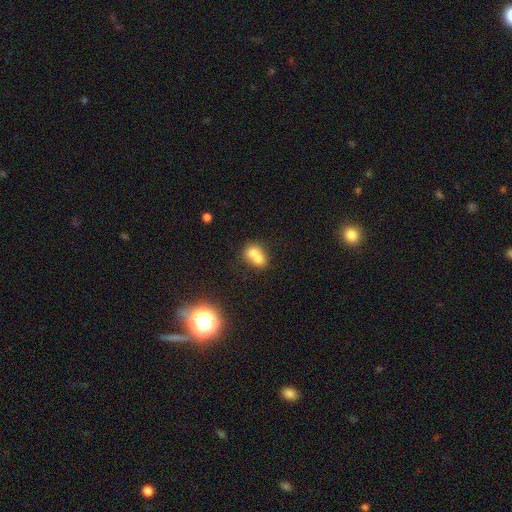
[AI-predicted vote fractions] Smooth or featured? smooth (68%)
How rounded? in between (53%)
Merging? merger (68%)